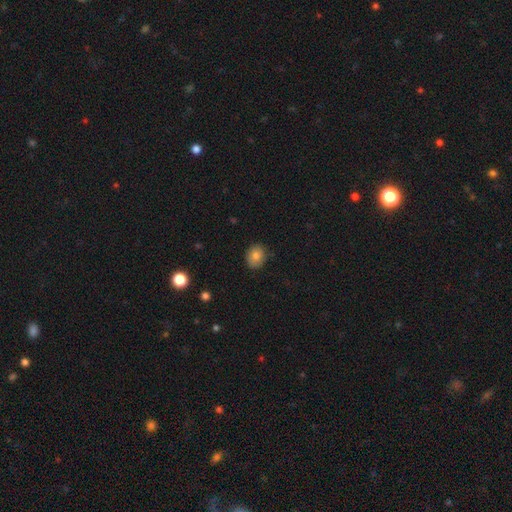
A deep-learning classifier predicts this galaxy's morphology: This is clearly a smooth galaxy (82%). How rounded: possibly round (53%). Merging: clearly none (84%).